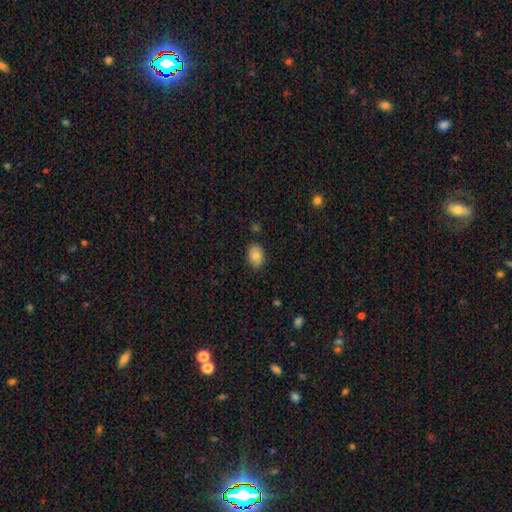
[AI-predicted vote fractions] Smooth or featured: smooth — 82% (featured or disk — 10%)
How rounded: in between — 80% (round — 19%)
Merging: none — 84% (minor disturbance — 12%)